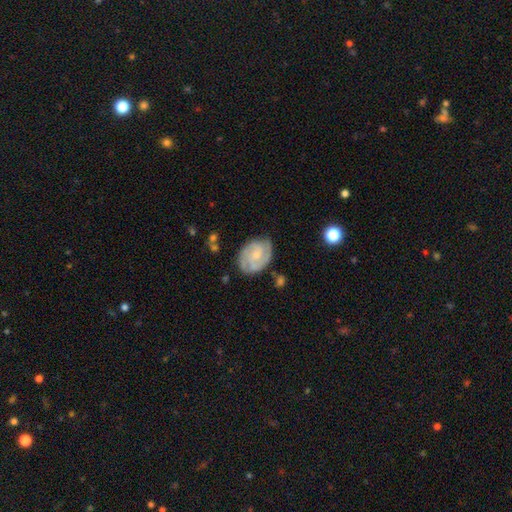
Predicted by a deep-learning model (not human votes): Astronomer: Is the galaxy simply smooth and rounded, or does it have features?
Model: featured or disk — 78%.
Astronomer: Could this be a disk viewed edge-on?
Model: no — 98%.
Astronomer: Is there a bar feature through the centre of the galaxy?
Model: no — 61%.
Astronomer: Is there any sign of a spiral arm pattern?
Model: yes — 94%.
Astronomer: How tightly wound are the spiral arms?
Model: tight — 60%.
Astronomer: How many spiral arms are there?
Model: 2 — 44% (runner-up: 3, 22%).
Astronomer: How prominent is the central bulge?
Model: small — 55%.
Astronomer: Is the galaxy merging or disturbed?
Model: none — 75%.